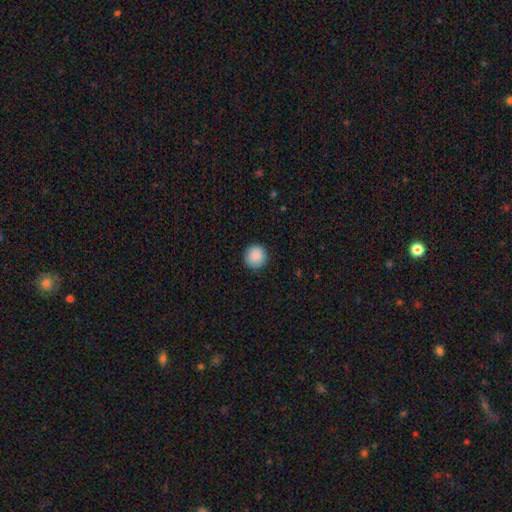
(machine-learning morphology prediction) Q: Smooth or featured?
A: smooth (89%); runner-up: star or artifact (8%)
Q: How rounded?
A: round (95%); runner-up: in between (5%)
Q: Merging?
A: none (92%); runner-up: minor disturbance (5%)